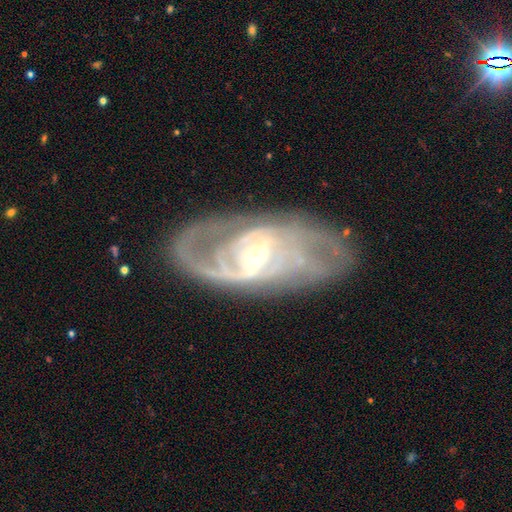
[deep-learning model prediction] featured or disk 87%, smooth 7%, star or artifact 6%. Down the decision tree: edge-on disk — no (94%); bar — weak (45%); spiral arms — yes (94%); spiral arm count — 2 (42%); spiral winding — tight (48%); bulge size — small (62%); merging — none (72%).